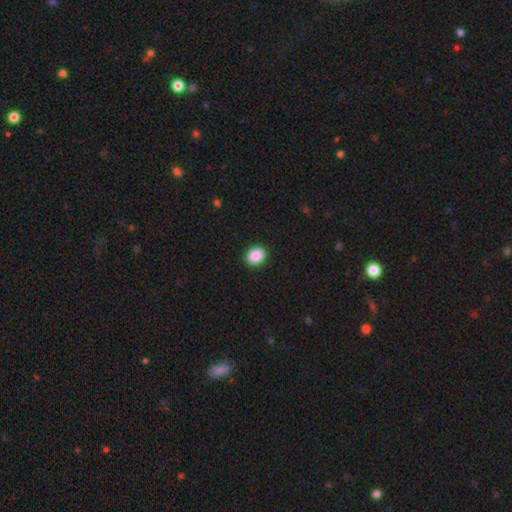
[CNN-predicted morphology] smooth 90%, star or artifact 8%, featured or disk 3%. Down the decision tree: how rounded — in between (55%); merging — none (91%).